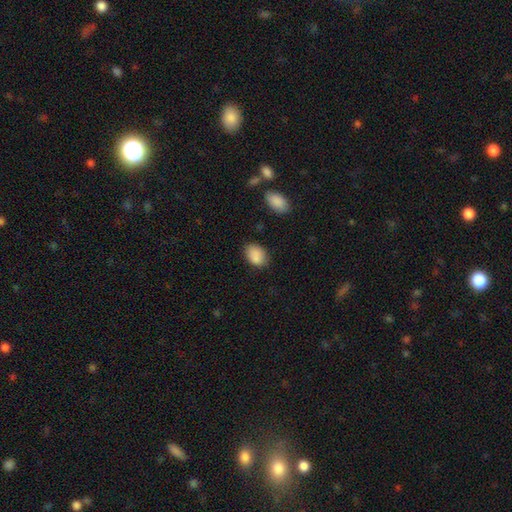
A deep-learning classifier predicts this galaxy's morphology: Overall: smooth (88%). How rounded: in between (79%). Merging: none (76%).